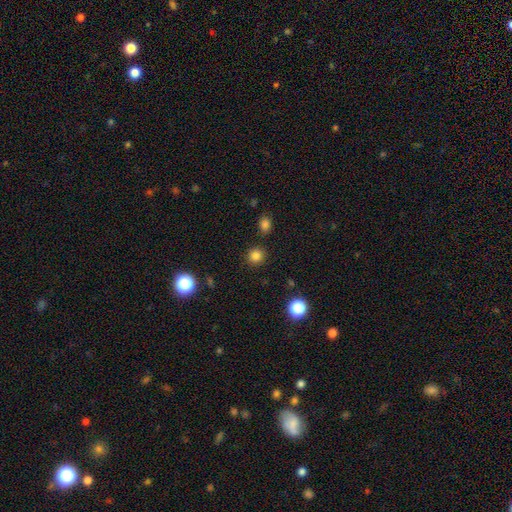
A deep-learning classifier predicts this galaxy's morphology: smooth 82%, star or artifact 14%, featured or disk 4%. Down the decision tree: how rounded — round (90%); merging — none (89%).